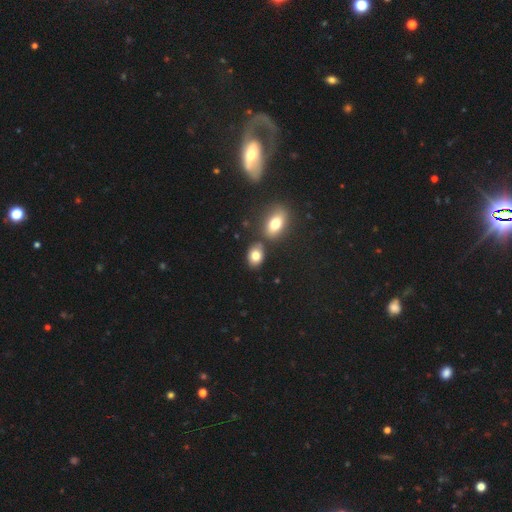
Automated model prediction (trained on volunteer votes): Smooth or featured? Predicted: smooth (p=0.80). How rounded? Predicted: in between (p=0.76). Merging? Predicted: none (p=0.69).